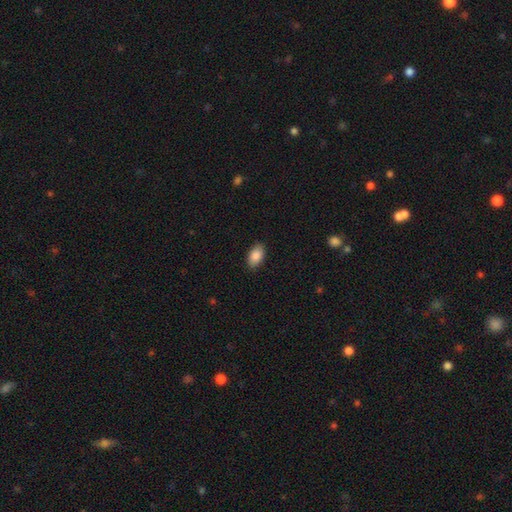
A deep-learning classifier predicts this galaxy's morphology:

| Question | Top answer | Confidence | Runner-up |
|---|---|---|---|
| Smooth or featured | smooth | 88% | star or artifact (7%) |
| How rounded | in between | 93% | round (5%) |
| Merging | none | 87% | minor disturbance (9%) |